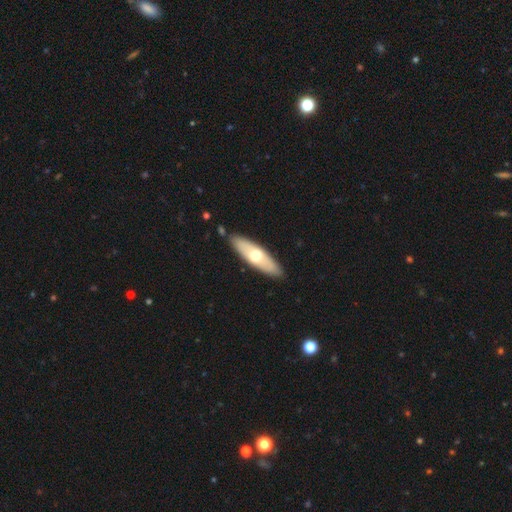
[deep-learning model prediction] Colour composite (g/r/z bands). It shows a smooth galaxy with no disk features (53%) that is cigar-shaped (54%). Merging: none (87%).